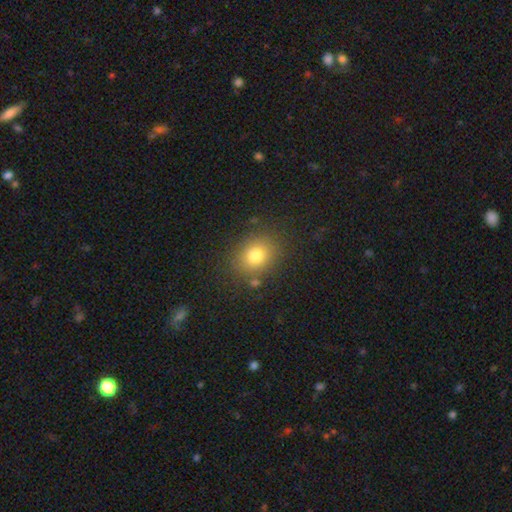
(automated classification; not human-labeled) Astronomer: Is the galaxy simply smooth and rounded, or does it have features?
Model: smooth — 77%.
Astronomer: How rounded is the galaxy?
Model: round — 60% (runner-up: in between, 39%).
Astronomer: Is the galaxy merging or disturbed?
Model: none — 83%.